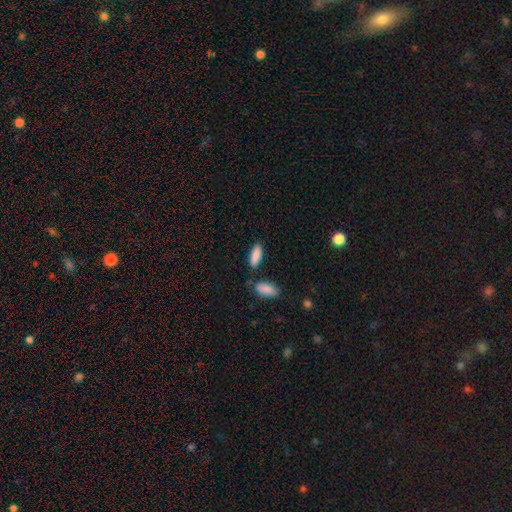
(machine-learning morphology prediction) smooth-or-featured: smooth: 88% | star or artifact: 6% | featured or disk: 6%
  how-rounded: in between: 66% | cigar-shaped: 32% | round: 2%
  merging: none: 75% | minor disturbance: 12% | merger: 10% | major disturbance: 3%